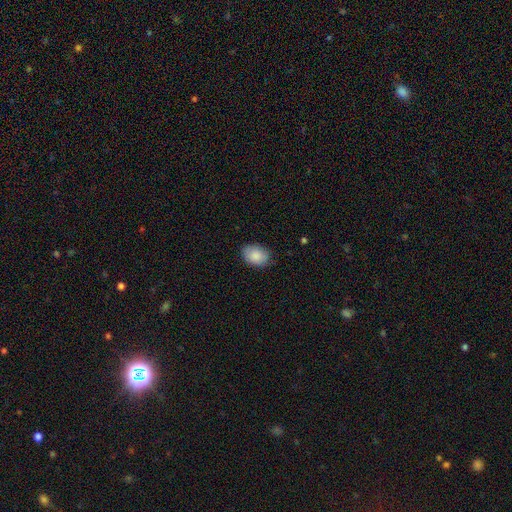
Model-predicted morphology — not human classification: smooth-or-featured: smooth: 87% | featured or disk: 6% | star or artifact: 6%
  how-rounded: in between: 79% | round: 20% | cigar-shaped: 1%
  merging: none: 81% | minor disturbance: 15% | major disturbance: 3% | merger: 1%